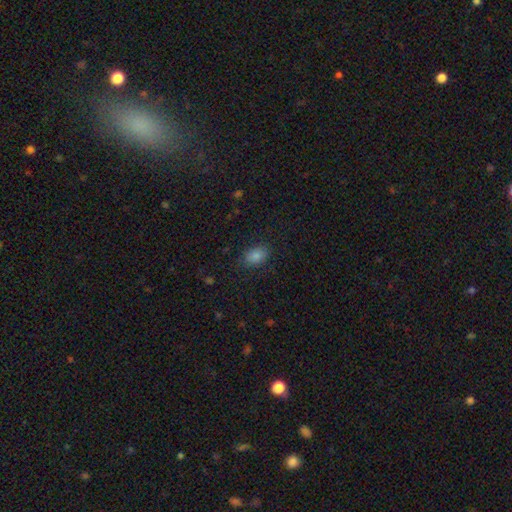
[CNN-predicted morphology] type=smooth (80%); roundness=in between (78%); merging=none (85%).